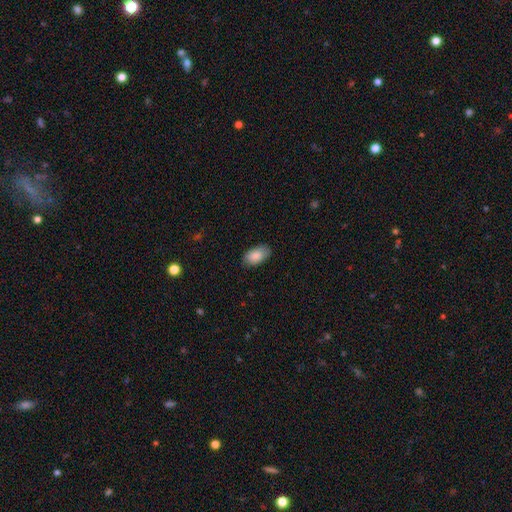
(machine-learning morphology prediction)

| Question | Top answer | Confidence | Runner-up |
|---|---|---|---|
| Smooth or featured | smooth | 88% | star or artifact (6%) |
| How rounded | in between | 95% | round (3%) |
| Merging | none | 84% | minor disturbance (12%) |